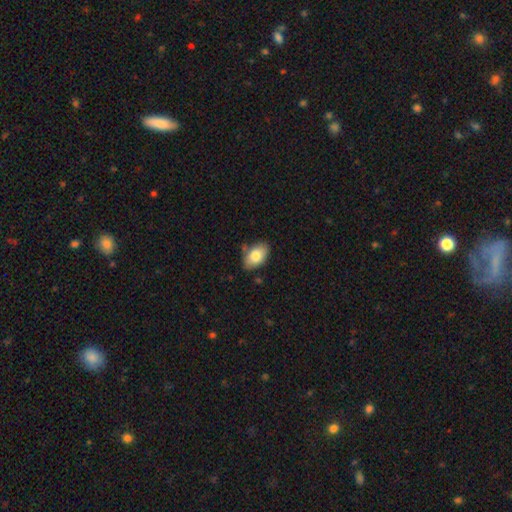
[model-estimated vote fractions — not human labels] smooth 80%, featured or disk 13%, star or artifact 7%. Down the decision tree: how rounded — in between (91%); merging — none (75%).